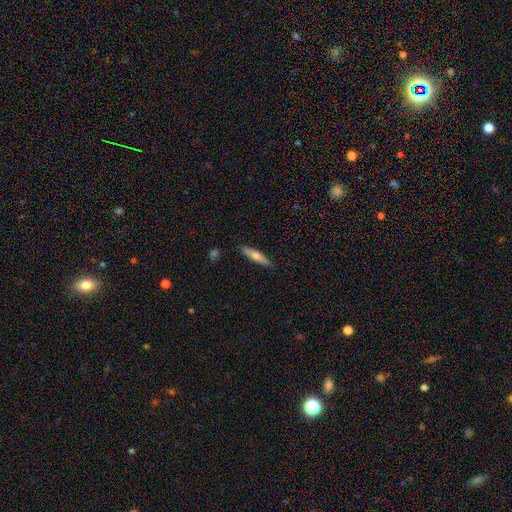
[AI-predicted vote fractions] This appears to be a smooth galaxy with no disk features (60%) that is cigar-shaped (84%). Merging: none (88%).